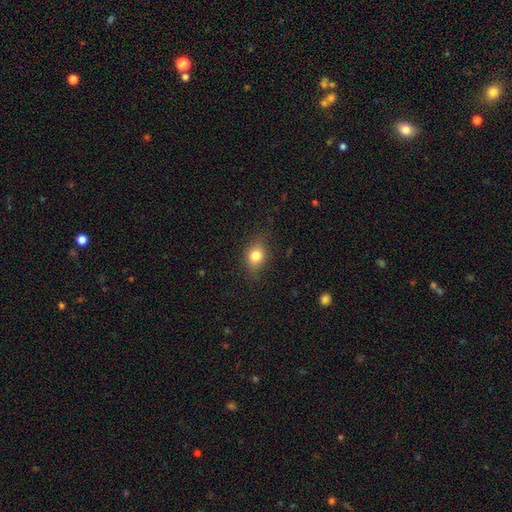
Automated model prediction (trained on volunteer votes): Smooth or featured? smooth (78%)
How rounded? in between (57%)
Merging? none (80%)